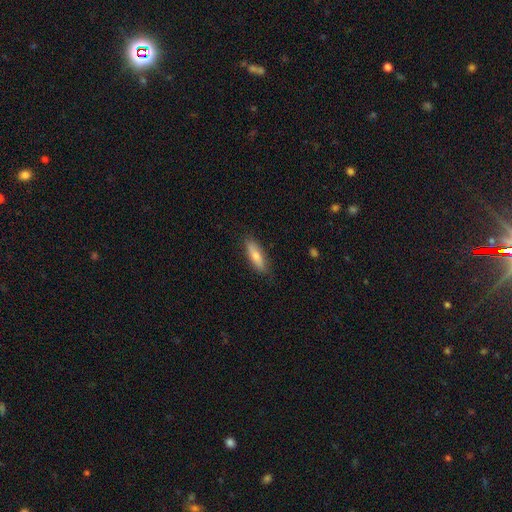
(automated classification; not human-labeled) Smooth or featured: smooth — 72% (featured or disk — 22%)
How rounded: cigar-shaped — 54% (in between — 44%)
Merging: none — 86% (minor disturbance — 11%)